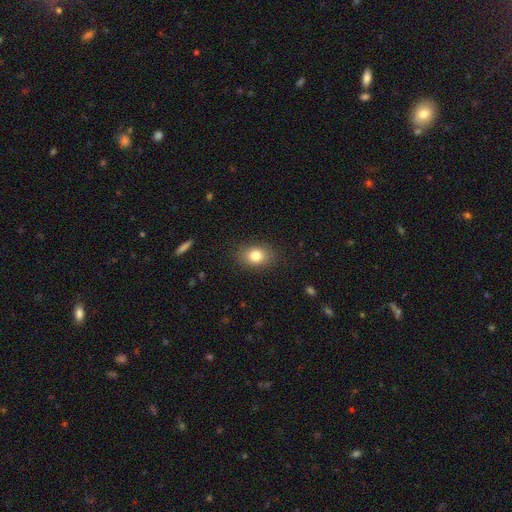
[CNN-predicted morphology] Overall: smooth (82%). How rounded: in between (69%; round 30%). Merging: none (85%).